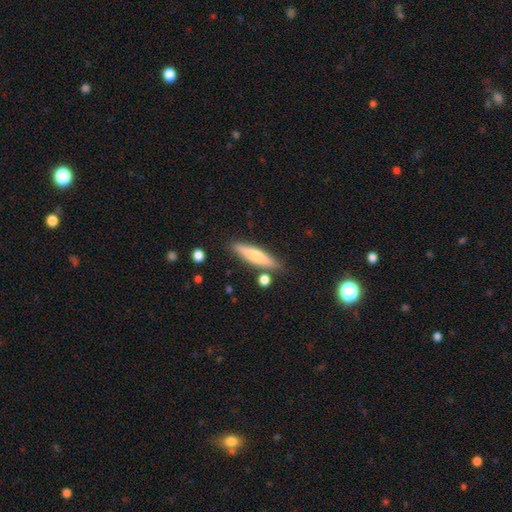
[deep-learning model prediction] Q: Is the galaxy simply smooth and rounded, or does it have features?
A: smooth — 59%.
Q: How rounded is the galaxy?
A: cigar-shaped — 82%.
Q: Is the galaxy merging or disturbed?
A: none — 80%.